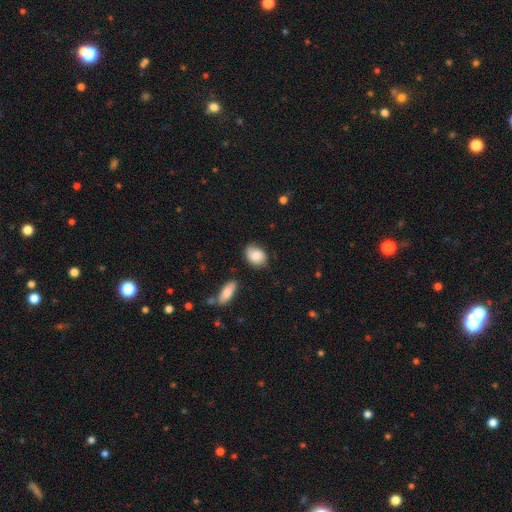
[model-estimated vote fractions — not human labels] Smooth or featured? Predicted: smooth (p=0.77). How rounded? Predicted: in between (p=0.65). Merging? Predicted: none (p=0.67).